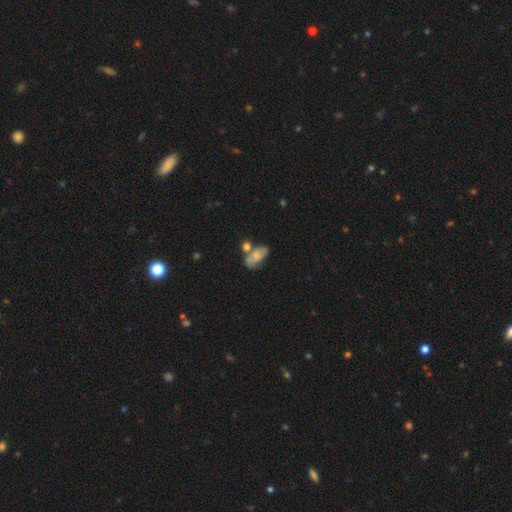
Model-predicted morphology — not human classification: This is possibly a smooth galaxy (59%). How rounded: clearly in between (89%). Merging: marginally merger (36%).